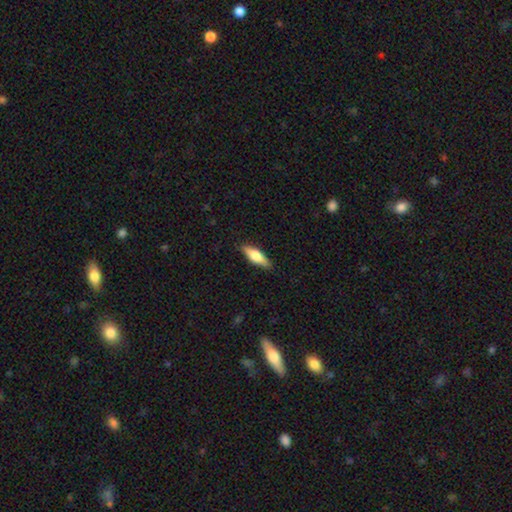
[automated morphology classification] The model was most divided on "how rounded": cigar-shaped: 50%, in between: 47%, round: 2%. More confident: merging — none (88%); smooth or featured — smooth (62%).